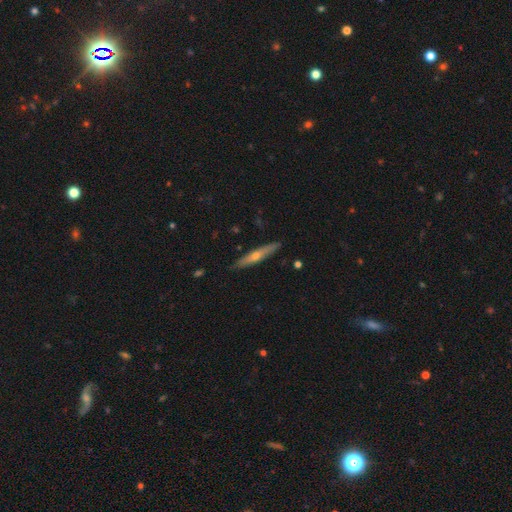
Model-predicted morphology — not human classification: Smooth or featured? Predicted: featured or disk (p=0.58). Edge-on disk? Predicted: yes (p=0.93). Edge-on bulge? Predicted: rounded (p=0.80). Merging? Predicted: none (p=0.89).